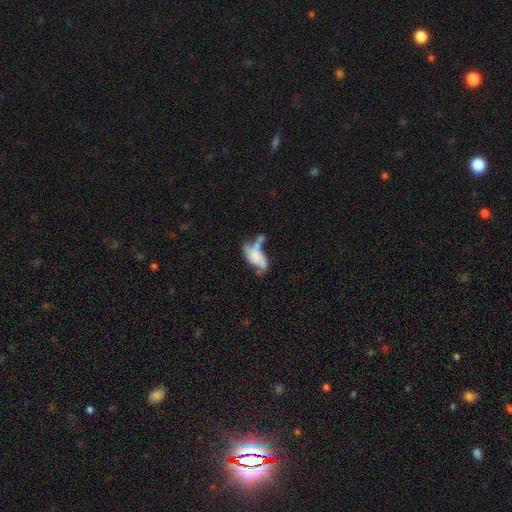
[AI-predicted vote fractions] This is possibly a featured or disk galaxy (46%). Merging: marginally merger (34%).